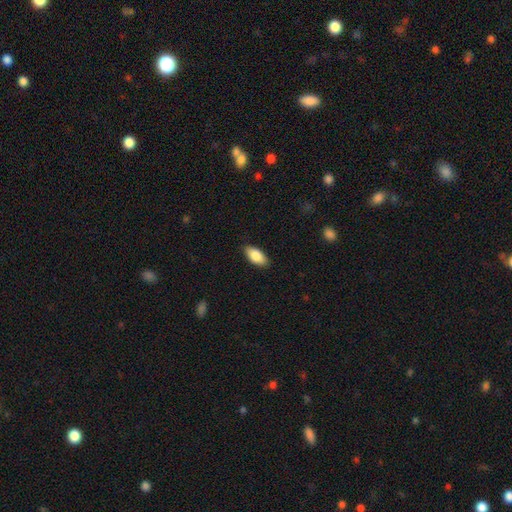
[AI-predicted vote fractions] Overall: smooth (86%). How rounded: in between (91%). Merging: none (88%).